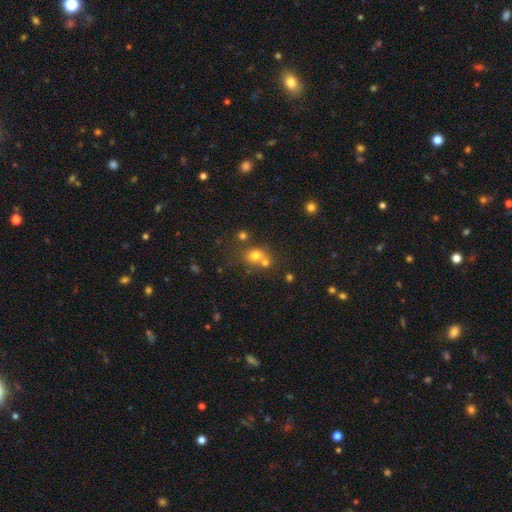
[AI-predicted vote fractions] smooth_or_featured: smooth (p=0.71) [alt: star or artifact p=0.16]
how_rounded: round (p=0.73) [alt: in between p=0.26]
merging: none (p=0.44) [alt: merger p=0.43]